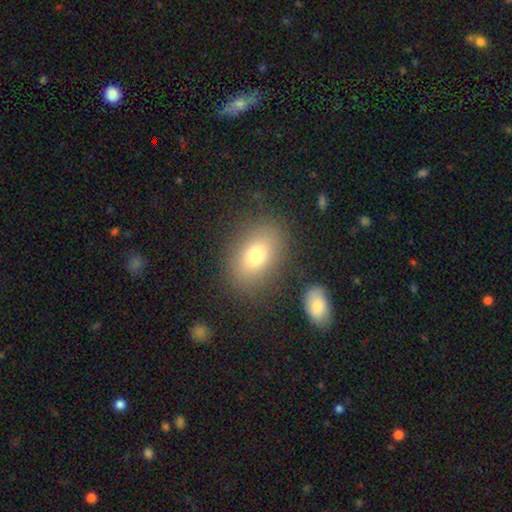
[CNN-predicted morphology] A smooth galaxy with no disk features (75%) that is in between round and cigar-shaped (80%). Merging: none (81%).